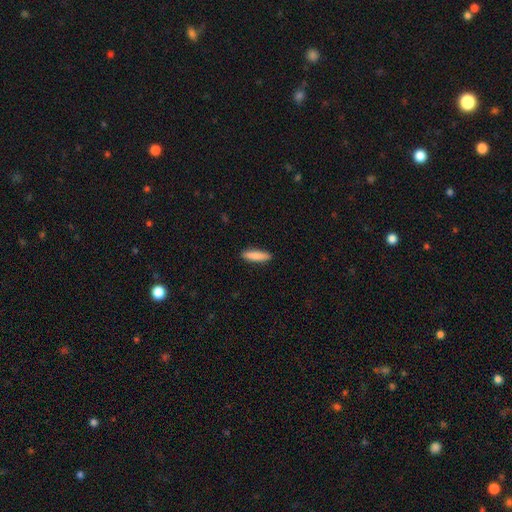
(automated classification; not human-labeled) Overall: smooth (88%). How rounded: cigar-shaped (70%). Merging: none (89%).